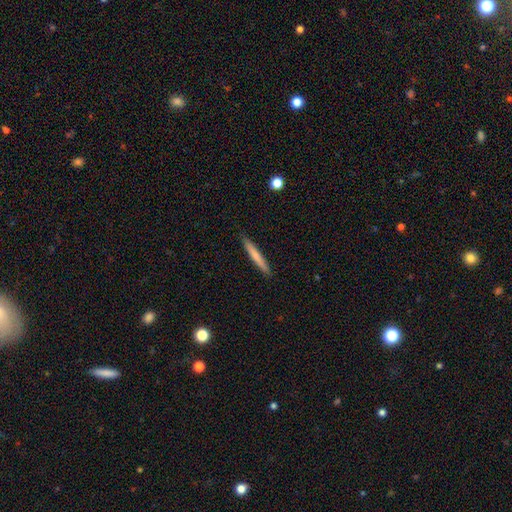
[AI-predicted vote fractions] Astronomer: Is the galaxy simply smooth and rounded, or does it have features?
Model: smooth — 67%.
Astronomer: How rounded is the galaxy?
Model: cigar-shaped — 95%.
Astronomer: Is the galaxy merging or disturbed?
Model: none — 91%.